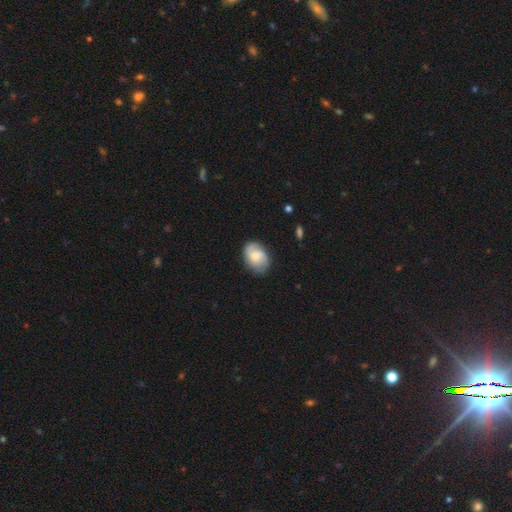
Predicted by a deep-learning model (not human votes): A smooth galaxy with no disk features (49%).

Vote fractions:
- Smooth or featured? smooth: 49% / featured or disk: 44% / star or artifact: 7%
- Merging? none: 73% / minor disturbance: 20% / major disturbance: 5% / merger: 1%